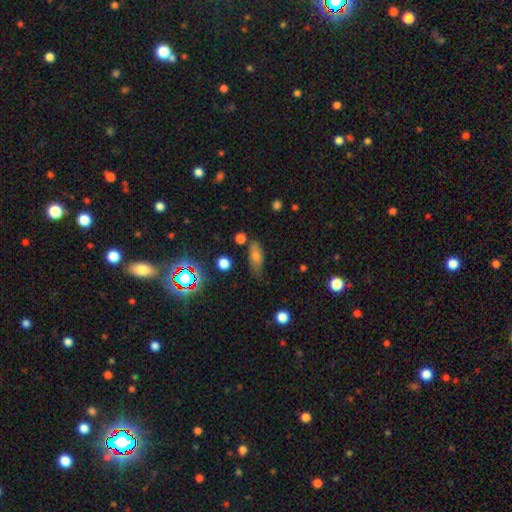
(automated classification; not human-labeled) This appears to be a smooth galaxy with no disk features (63%) that is in between round and cigar-shaped (71%). Merging: none (70%).